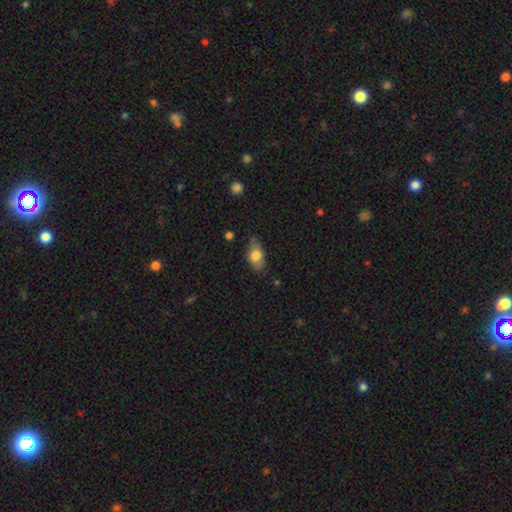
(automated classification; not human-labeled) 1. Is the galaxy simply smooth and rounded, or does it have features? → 77% smooth, 16% featured or disk, 7% star or artifact.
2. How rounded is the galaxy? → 87% in between, 10% round, 3% cigar-shaped.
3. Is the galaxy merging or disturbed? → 69% none, 25% minor disturbance, 5% major disturbance, 2% merger.